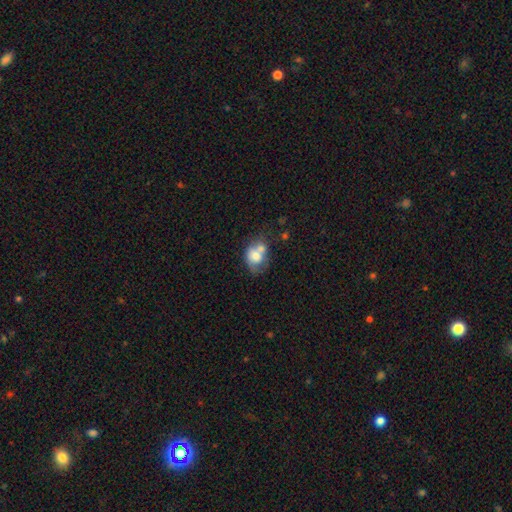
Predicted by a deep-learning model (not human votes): This is likely a smooth galaxy (65%). How rounded: possibly in between (52%). Merging: possibly merger (54%).